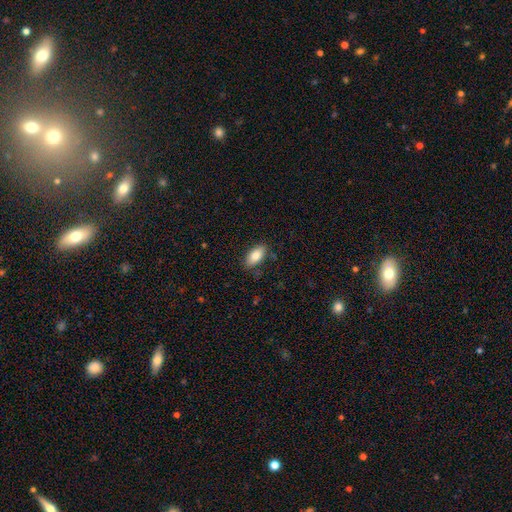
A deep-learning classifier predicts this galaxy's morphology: A smooth galaxy with no disk features (83%) that is in between round and cigar-shaped (90%). Merging: none (83%).